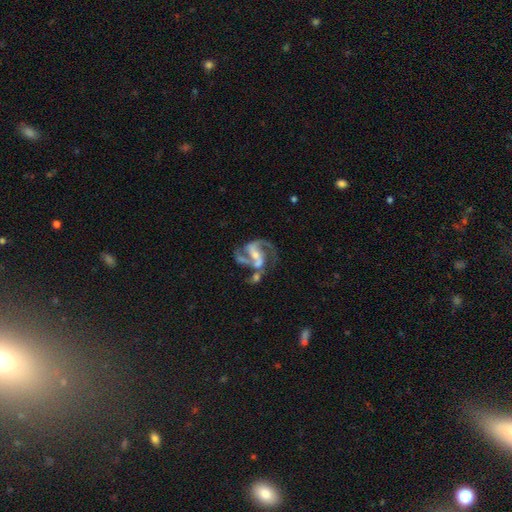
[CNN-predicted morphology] Overall: featured or disk (89%). Edge-on disk: no (98%). Bar: strong (42%; weak 36%). Spiral arms: yes (96%). Spiral arm count: 2 (83%). Spiral winding: medium (57%; loose 28%). Bulge size: small (49%; moderate 41%). Merging: none (38%; merger 28%).